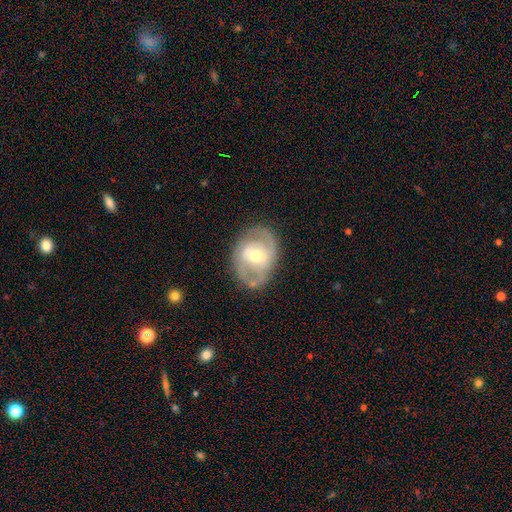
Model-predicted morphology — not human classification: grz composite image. It shows a featured or disk galaxy (77%) with a weak bar (47%), 2 (80%) medium (49%) spiral arms (82%) and a moderate central bulge (60%). Merging: none (75%).